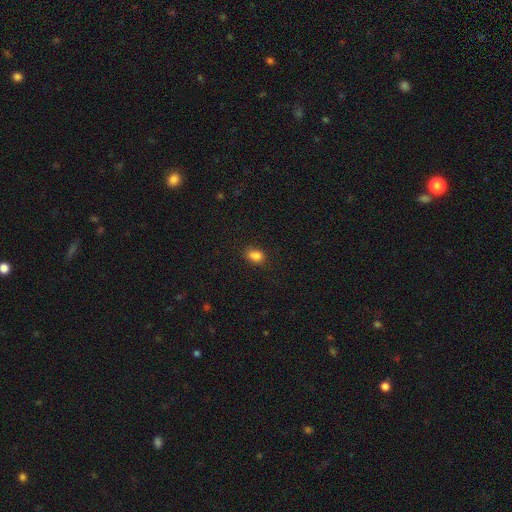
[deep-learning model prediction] A smooth galaxy with no disk features (84%) that is in between round and cigar-shaped (72%).

Vote fractions:
- Smooth or featured? smooth: 84% / star or artifact: 11% / featured or disk: 5%
- How rounded? in between: 72% / round: 26% / cigar-shaped: 2%
- Merging? none: 78% / minor disturbance: 16% / major disturbance: 4% / merger: 2%